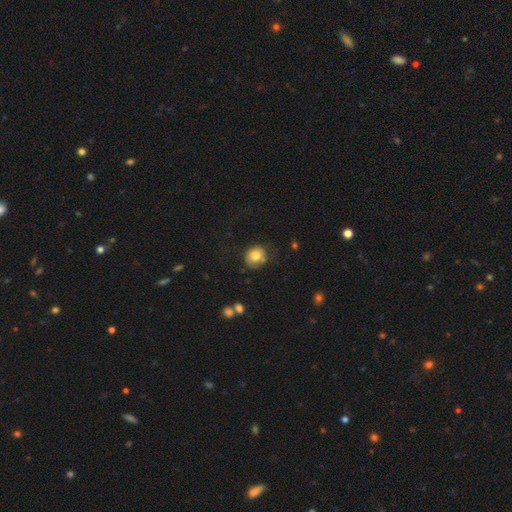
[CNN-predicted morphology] A smooth galaxy with no disk features (78%) that is round (69%). Merging: none (65%).